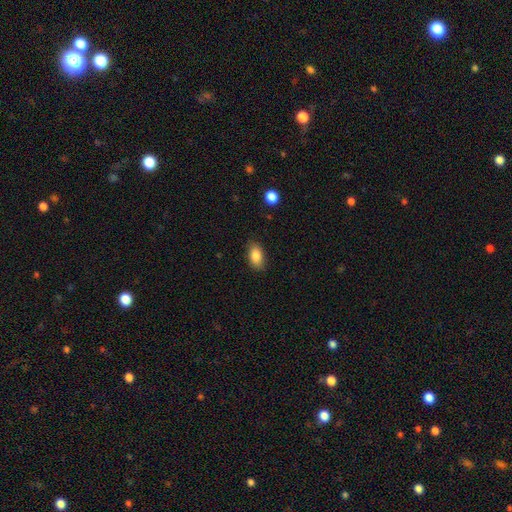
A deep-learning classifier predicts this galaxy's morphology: smooth 86%, star or artifact 8%, featured or disk 6%. Down the decision tree: how rounded — in between (90%); merging — none (85%).